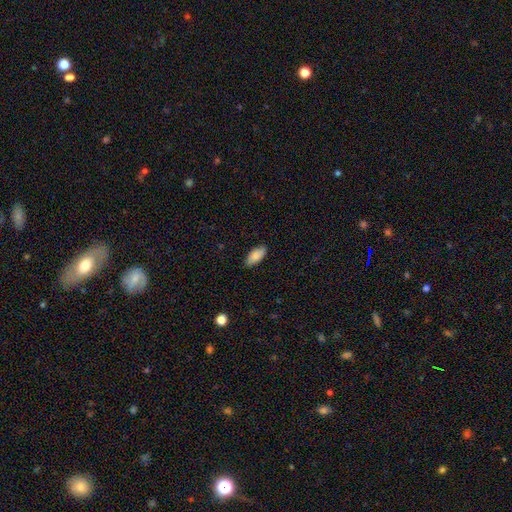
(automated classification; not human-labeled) Smooth or featured? Predicted: smooth (p=0.86). How rounded? Predicted: in between (p=0.89). Merging? Predicted: none (p=0.86).